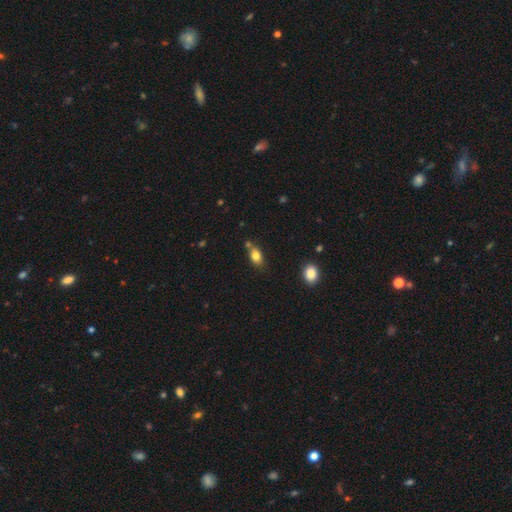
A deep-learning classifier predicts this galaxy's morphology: Smooth or featured: smooth — 81% (featured or disk — 9%)
How rounded: in between — 83% (round — 13%)
Merging: none — 62% (merger — 17%)